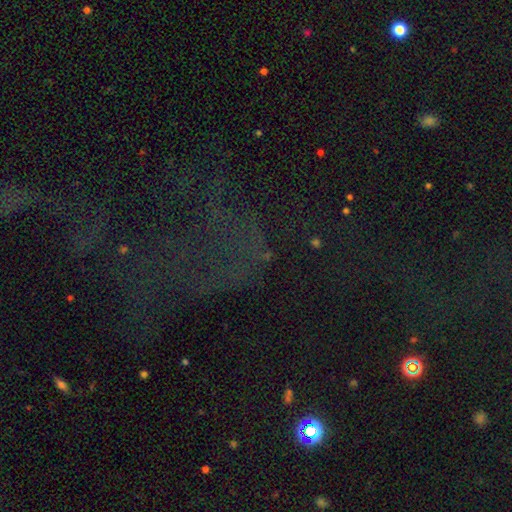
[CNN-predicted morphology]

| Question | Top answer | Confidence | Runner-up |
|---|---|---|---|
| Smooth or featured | star or artifact | 63% | featured or disk (19%) |